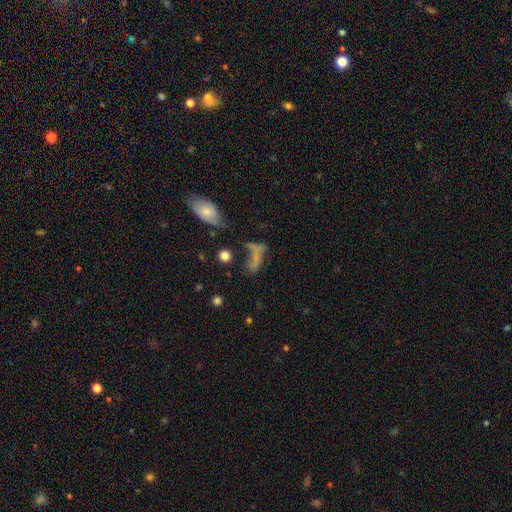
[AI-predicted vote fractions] Smooth or featured?
  - smooth: 53% *
  - featured or disk: 28%
  - star or artifact: 19%
How rounded?
  - in between: 58% *
  - cigar-shaped: 31%
  - round: 11%
Merging?
  - none: 32% *
  - major disturbance: 25%
  - merger: 25%
  - minor disturbance: 18%